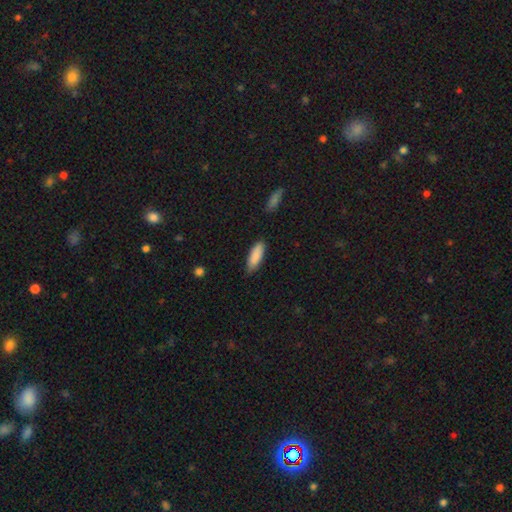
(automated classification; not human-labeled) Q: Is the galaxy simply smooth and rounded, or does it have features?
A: smooth — 88%.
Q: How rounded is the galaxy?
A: in between — 60%.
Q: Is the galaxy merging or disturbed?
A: none — 81%.